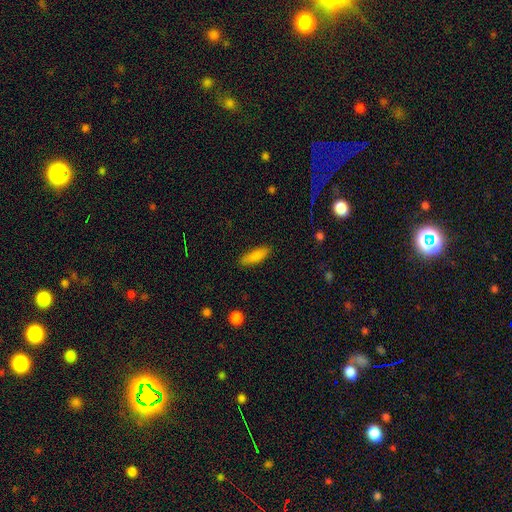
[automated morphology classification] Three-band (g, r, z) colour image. It shows a smooth galaxy with no disk features (84%) that is in between round and cigar-shaped (52%). Merging: none (87%).